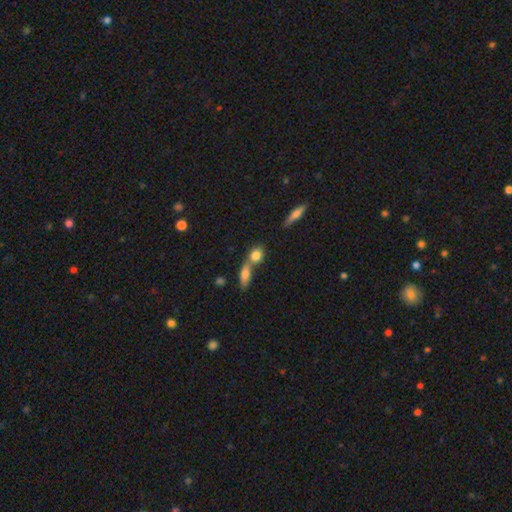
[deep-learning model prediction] smooth_or_featured: smooth (p=0.80) [alt: featured or disk p=0.11]
how_rounded: round (p=0.51) [alt: in between p=0.40]
merging: merger (p=0.53) [alt: none p=0.37]